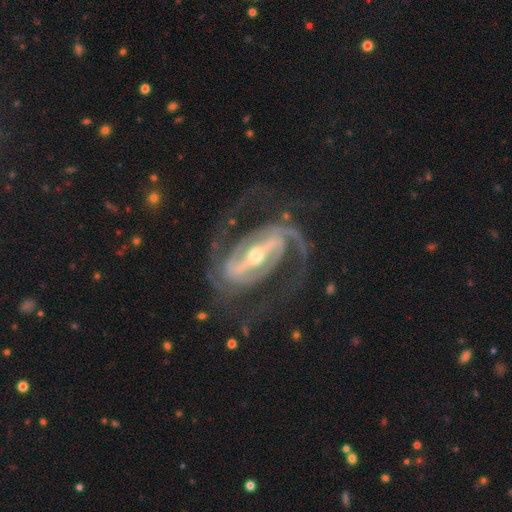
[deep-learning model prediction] Morphology: type=featured or disk (93%); edge-on=no (96%); bar=strong (74%); spiral arms=yes (98%); winding=medium (55%); arm count=2 (86%); bulge=moderate (53%); merging=none (72%).